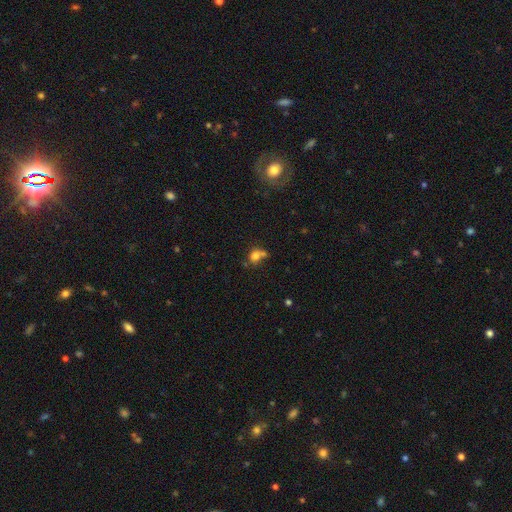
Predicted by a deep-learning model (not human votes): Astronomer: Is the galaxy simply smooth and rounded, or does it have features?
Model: smooth — 73%.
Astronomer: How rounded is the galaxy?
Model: round — 60% (runner-up: in between, 39%).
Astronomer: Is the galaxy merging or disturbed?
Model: none — 36% (runner-up: merger, 34%).